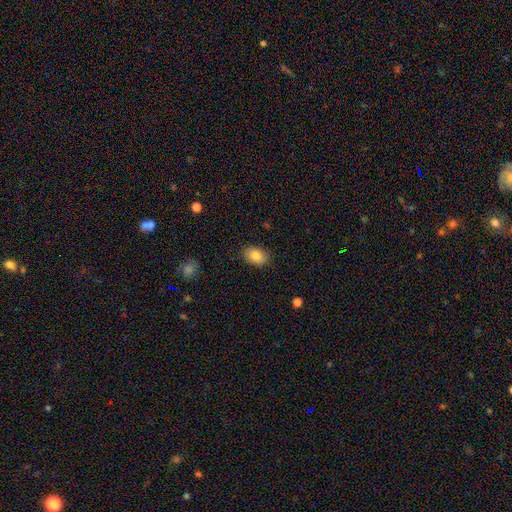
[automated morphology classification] Smooth or featured? Predicted: smooth (p=0.83). How rounded? Predicted: in between (p=0.79). Merging? Predicted: none (p=0.85).